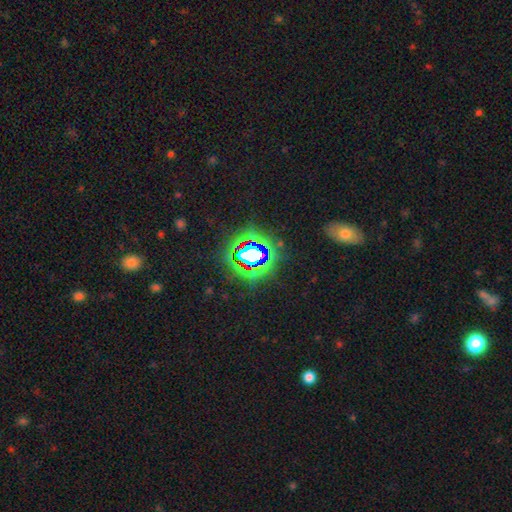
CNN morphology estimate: A star or artifact, not a galaxy (75%).

Vote fractions:
- Smooth or featured? star or artifact: 75% / smooth: 15% / featured or disk: 10%